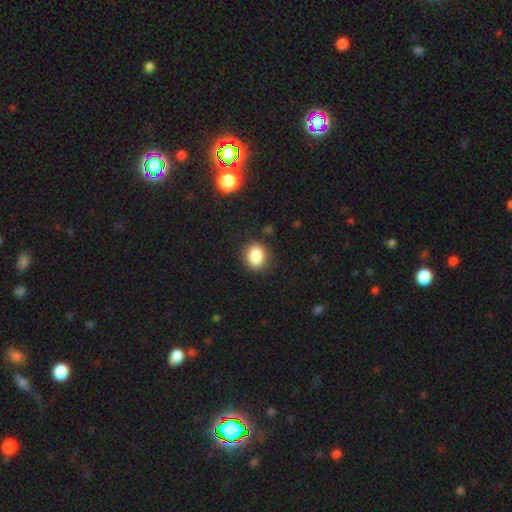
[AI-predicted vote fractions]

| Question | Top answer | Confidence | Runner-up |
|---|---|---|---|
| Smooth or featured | smooth | 86% | star or artifact (10%) |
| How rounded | round | 55% | in between (44%) |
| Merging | none | 86% | minor disturbance (10%) |